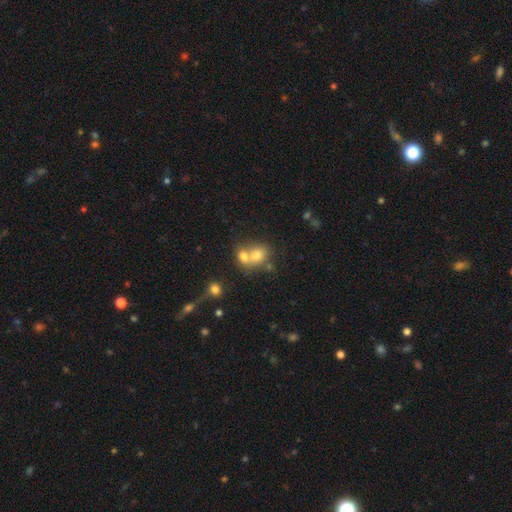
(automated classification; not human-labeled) Q: Smooth or featured?
A: smooth (70%); runner-up: featured or disk (17%)
Q: How rounded?
A: round (56%); runner-up: in between (43%)
Q: Merging?
A: merger (63%); runner-up: none (27%)